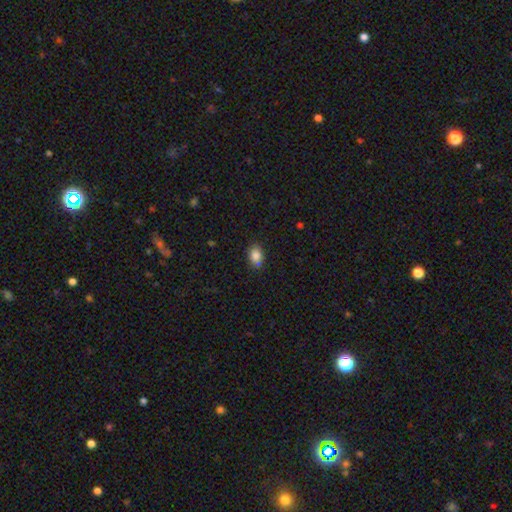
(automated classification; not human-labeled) This is clearly a smooth galaxy (86%). How rounded: likely in between (73%). Merging: likely none (78%).